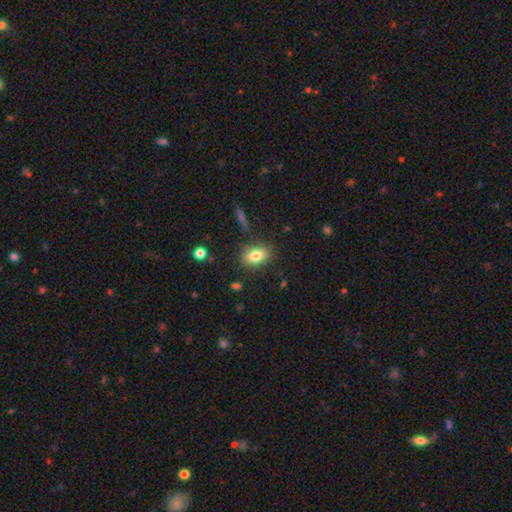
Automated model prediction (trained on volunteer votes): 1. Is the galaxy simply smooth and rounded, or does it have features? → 80% smooth, 11% featured or disk, 9% star or artifact.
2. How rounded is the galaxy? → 80% in between, 18% round, 3% cigar-shaped.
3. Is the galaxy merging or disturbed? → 83% none, 11% minor disturbance, 3% major disturbance, 3% merger.